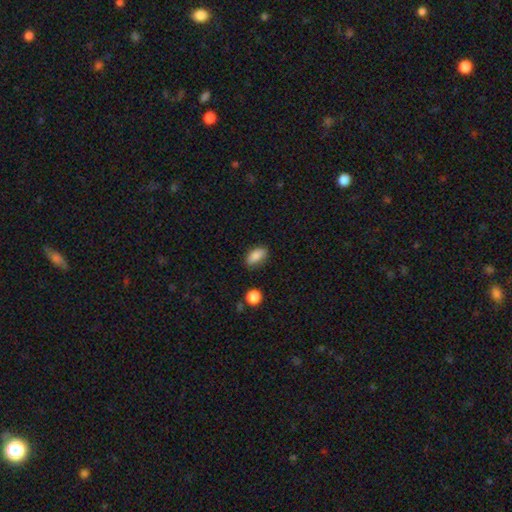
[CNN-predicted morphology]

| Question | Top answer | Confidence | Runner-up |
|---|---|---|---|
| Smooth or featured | smooth | 85% | star or artifact (8%) |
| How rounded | in between | 87% | cigar-shaped (7%) |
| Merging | none | 78% | minor disturbance (17%) |